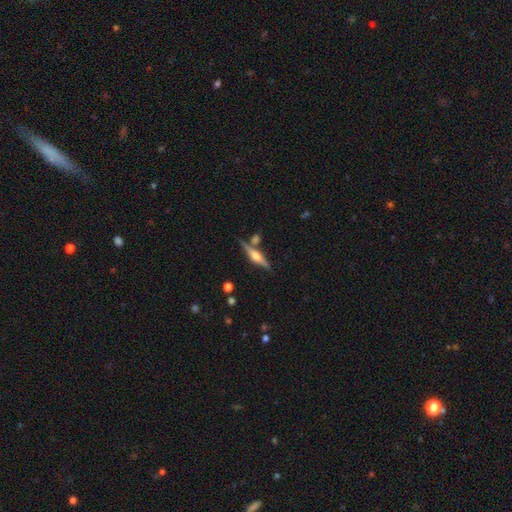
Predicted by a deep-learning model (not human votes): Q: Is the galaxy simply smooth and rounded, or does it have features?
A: featured or disk — 73%.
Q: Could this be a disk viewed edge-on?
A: yes — 97%.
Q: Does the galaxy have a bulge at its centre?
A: rounded — 88%.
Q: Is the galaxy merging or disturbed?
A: none — 75%.